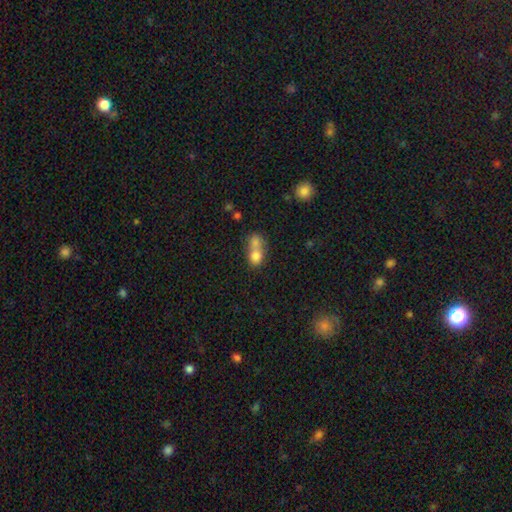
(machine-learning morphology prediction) A smooth galaxy with no disk features (75%) that is round (55%). Merging: merger (70%).